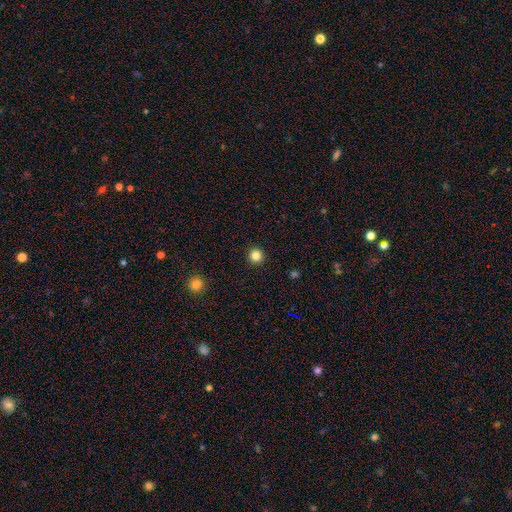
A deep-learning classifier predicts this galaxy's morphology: Smooth or featured? Predicted: smooth (p=0.83). How rounded? Predicted: round (p=0.95). Merging? Predicted: none (p=0.93).